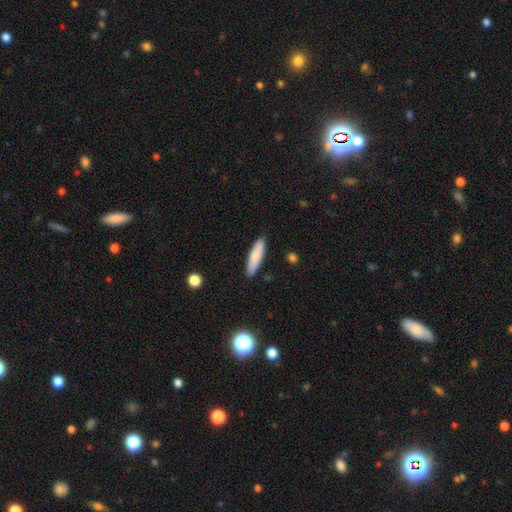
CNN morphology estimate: This is likely a smooth galaxy (79%). How rounded: likely cigar-shaped (73%). Merging: clearly none (88%).